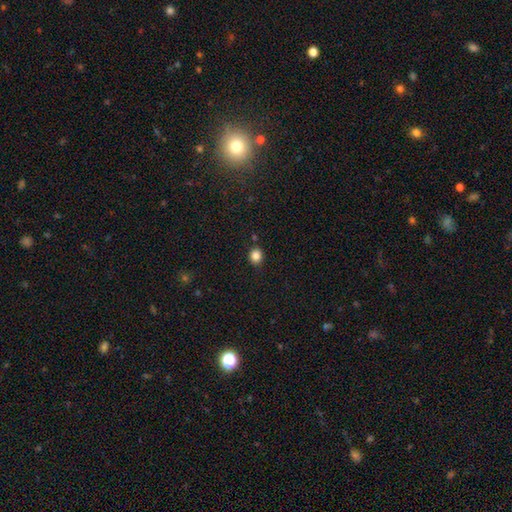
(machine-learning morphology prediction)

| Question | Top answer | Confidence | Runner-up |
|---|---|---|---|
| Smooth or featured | smooth | 85% | star or artifact (11%) |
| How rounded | round | 71% | in between (28%) |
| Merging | none | 86% | minor disturbance (8%) |